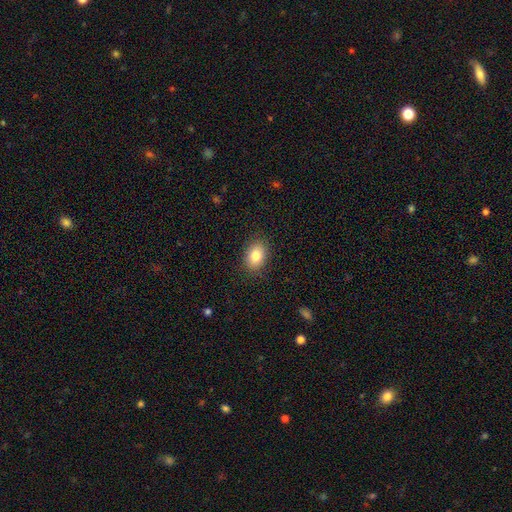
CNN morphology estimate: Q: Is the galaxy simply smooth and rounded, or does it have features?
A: smooth — 82%.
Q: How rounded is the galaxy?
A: in between — 79%.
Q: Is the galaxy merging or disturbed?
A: none — 87%.